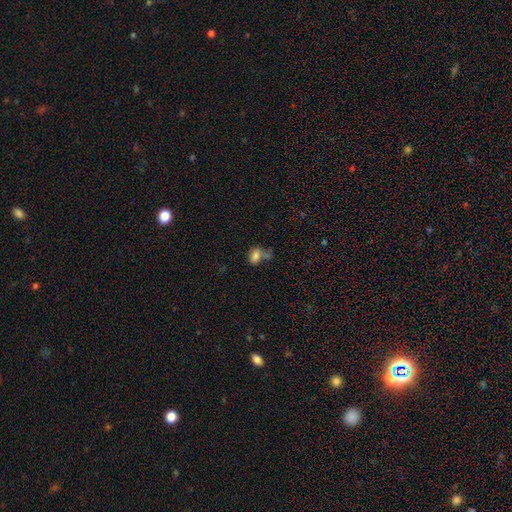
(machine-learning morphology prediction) Smooth or featured? Predicted: smooth (p=0.77). How rounded? Predicted: in between (p=0.74). Merging? Predicted: none (p=0.36).